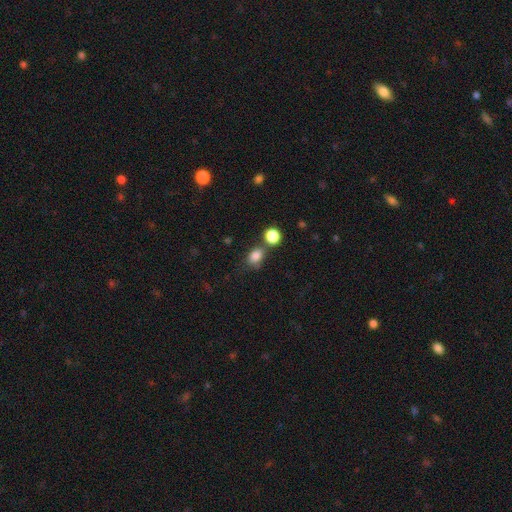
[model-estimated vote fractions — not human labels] Morphology: type=smooth (82%); roundness=in between (62%); merging=none (59%).